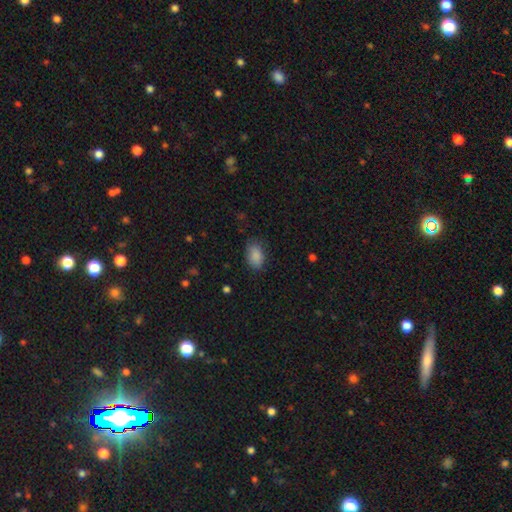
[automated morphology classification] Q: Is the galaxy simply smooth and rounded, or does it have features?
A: smooth — 88%.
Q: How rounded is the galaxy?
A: in between — 89%.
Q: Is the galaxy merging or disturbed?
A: none — 78%.